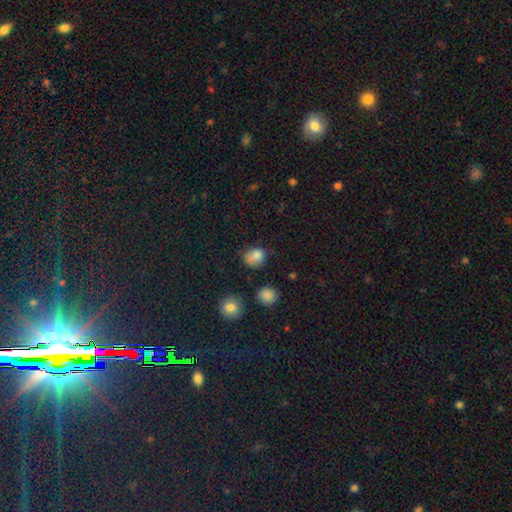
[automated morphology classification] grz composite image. It shows a smooth galaxy with no disk features (81%) that is round (58%). Merging: none (57%).